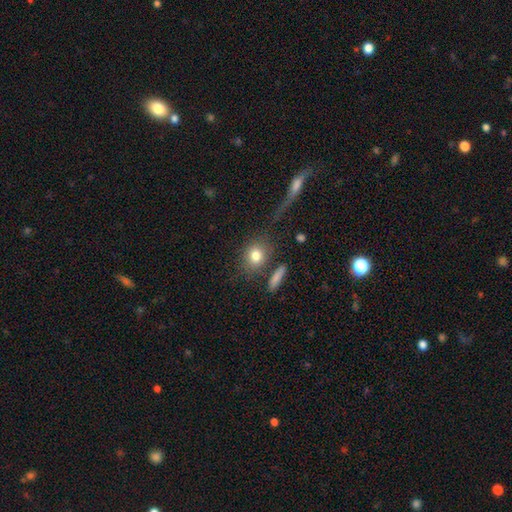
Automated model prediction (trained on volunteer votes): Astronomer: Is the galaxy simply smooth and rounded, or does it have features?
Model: smooth — 80%.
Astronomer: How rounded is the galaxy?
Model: round — 61% (runner-up: in between, 36%).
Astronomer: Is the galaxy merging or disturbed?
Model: none — 71%.